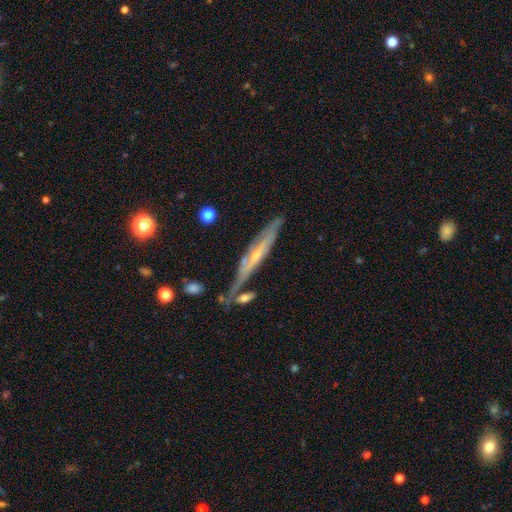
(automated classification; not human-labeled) This is likely a featured or disk galaxy (73%). It is clearly viewed edge-on (82%). Edge-on bulge: likely rounded (62%). Merging: likely none (69%).